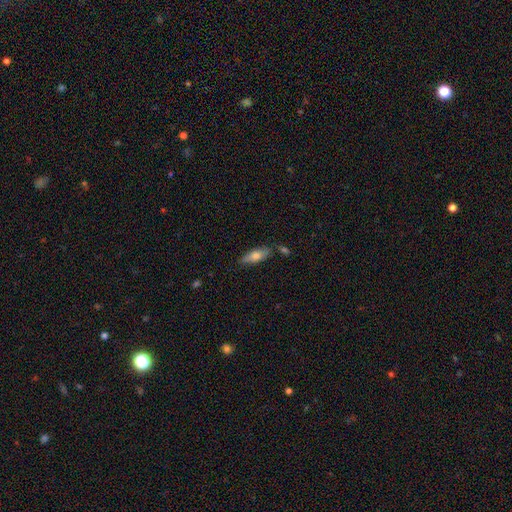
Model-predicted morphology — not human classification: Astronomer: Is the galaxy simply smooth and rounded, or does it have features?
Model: smooth — 68%.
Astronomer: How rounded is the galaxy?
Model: in between — 66%.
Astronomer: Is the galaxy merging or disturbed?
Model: none — 76%.